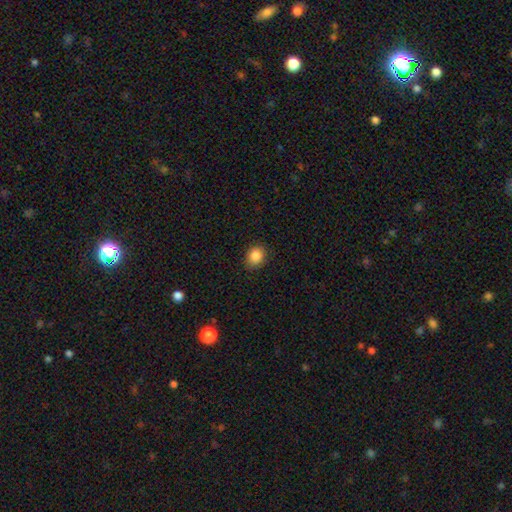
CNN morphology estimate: This is clearly a smooth galaxy (86%). How rounded: possibly round (56%). Merging: clearly none (87%).